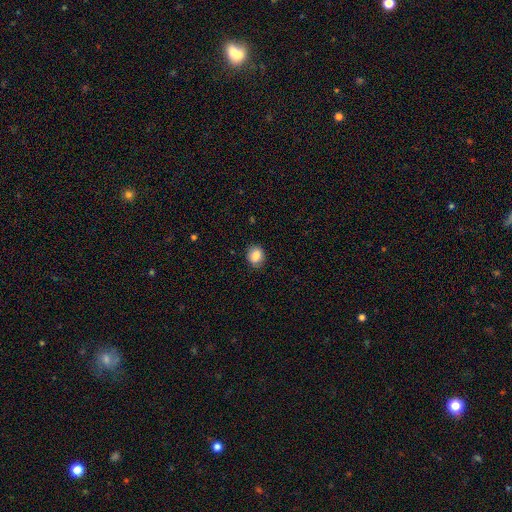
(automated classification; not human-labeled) This is clearly a smooth galaxy (84%). How rounded: likely round (61%). Merging: clearly none (85%).